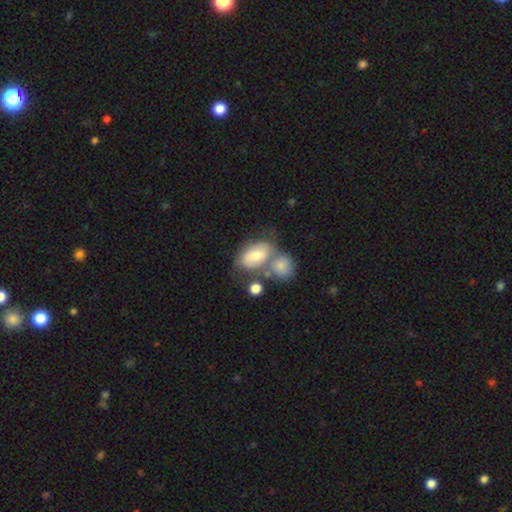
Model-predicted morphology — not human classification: A smooth galaxy with no disk features (63%) that is in between round and cigar-shaped (83%). Merging: merger (43%).